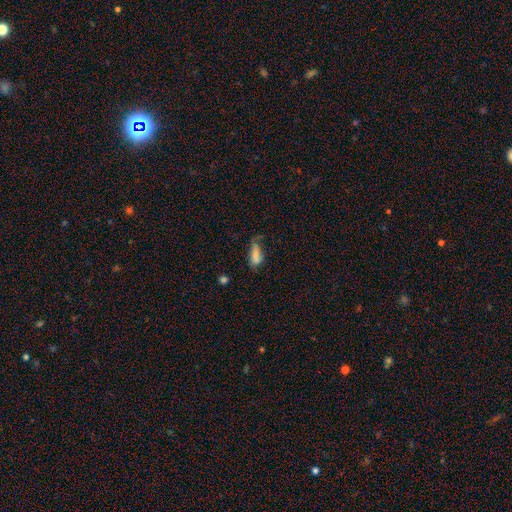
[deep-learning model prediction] smooth_or_featured: smooth (p=0.77) [alt: featured or disk p=0.14]
how_rounded: in between (p=0.71) [alt: cigar-shaped p=0.26]
merging: minor disturbance (p=0.36) [alt: none p=0.35]